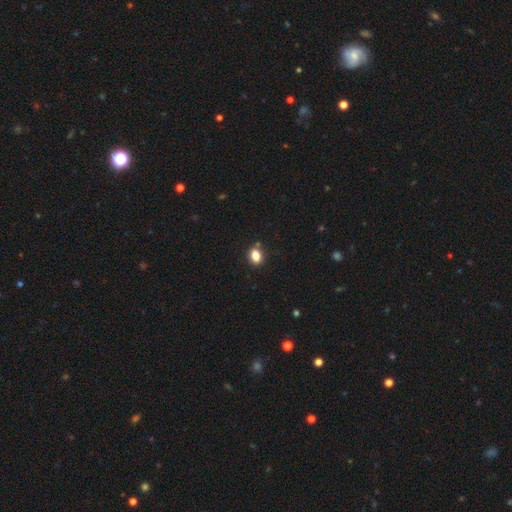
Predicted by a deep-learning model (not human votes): This is clearly a smooth galaxy (82%). How rounded: likely in between (63%). Merging: likely none (79%).